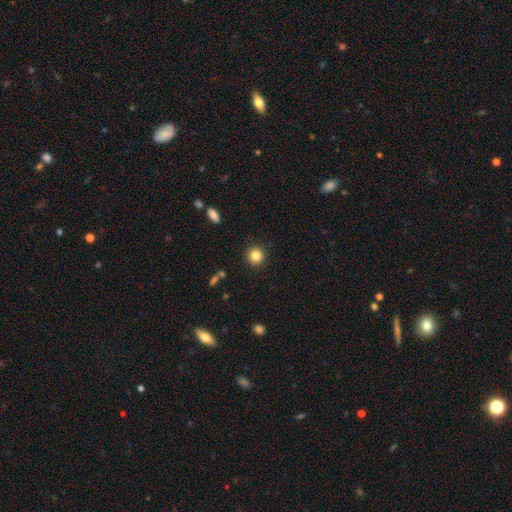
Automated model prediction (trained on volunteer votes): smooth_or_featured: smooth (p=0.84) [alt: star or artifact p=0.11]
how_rounded: round (p=0.94) [alt: in between p=0.05]
merging: none (p=0.91) [alt: minor disturbance p=0.06]